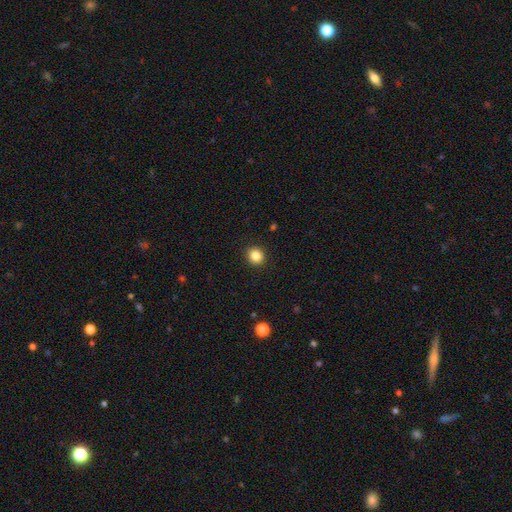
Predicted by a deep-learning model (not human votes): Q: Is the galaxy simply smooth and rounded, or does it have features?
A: smooth — 85%.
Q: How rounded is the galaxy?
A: round — 87%.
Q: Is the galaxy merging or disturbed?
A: none — 92%.